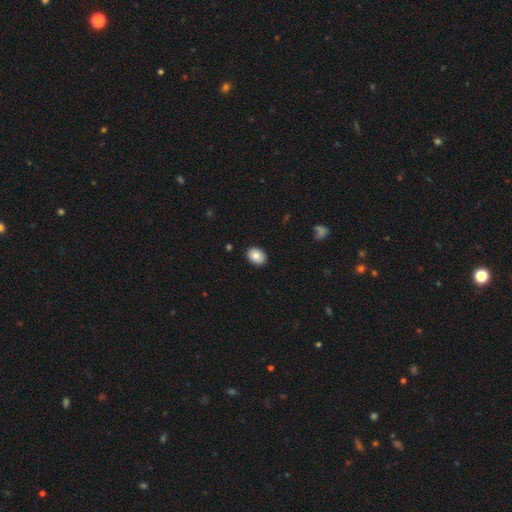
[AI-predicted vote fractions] Smooth or featured?
  - smooth: 81% *
  - featured or disk: 11%
  - star or artifact: 8%
How rounded?
  - in between: 68% *
  - round: 31%
  - cigar-shaped: 1%
Merging?
  - none: 88% *
  - minor disturbance: 9%
  - major disturbance: 2%
  - merger: 1%